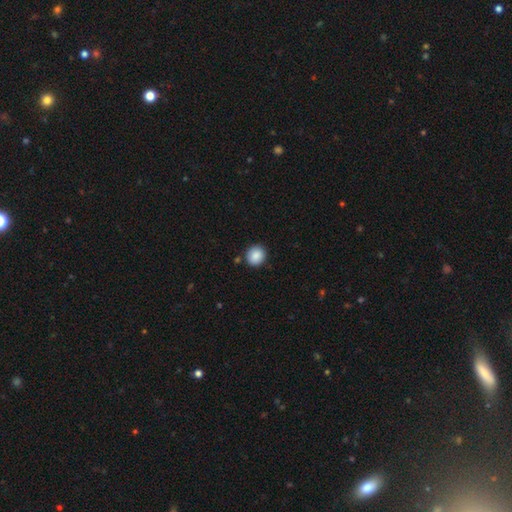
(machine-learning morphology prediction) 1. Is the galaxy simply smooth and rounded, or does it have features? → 88% smooth, 8% star or artifact, 4% featured or disk.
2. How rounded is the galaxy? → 85% round, 14% in between, 1% cigar-shaped.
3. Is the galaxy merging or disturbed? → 87% none, 8% minor disturbance, 3% merger, 2% major disturbance.